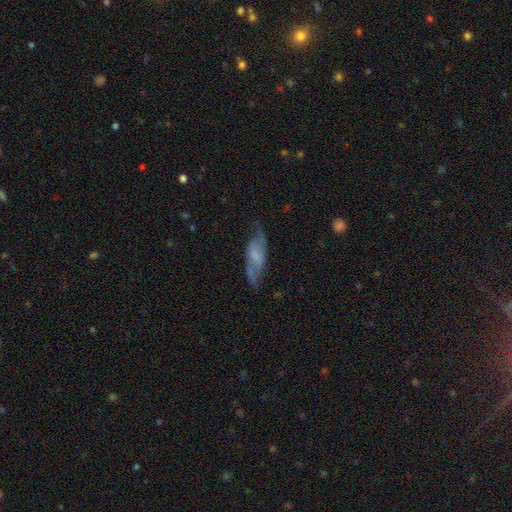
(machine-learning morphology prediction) smooth_or_featured: featured or disk (p=0.56) [alt: smooth p=0.36]
disk_edge_on: no (p=0.77) [alt: yes p=0.23]
merging: none (p=0.63) [alt: minor disturbance p=0.24]